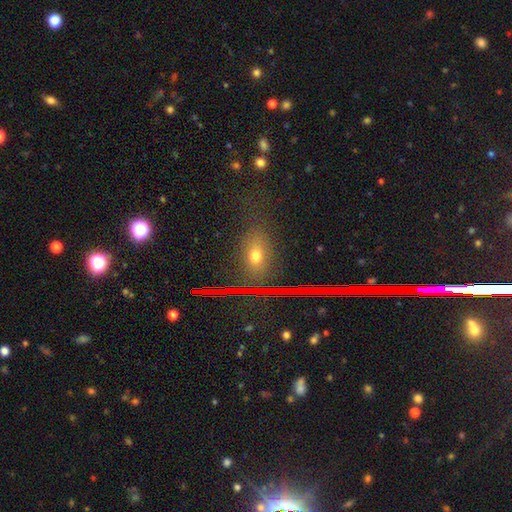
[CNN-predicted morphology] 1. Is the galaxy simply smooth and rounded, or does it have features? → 60% smooth, 26% star or artifact, 14% featured or disk.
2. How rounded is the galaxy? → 73% in between, 21% round, 5% cigar-shaped.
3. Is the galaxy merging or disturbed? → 77% none, 13% minor disturbance, 6% major disturbance, 3% merger.